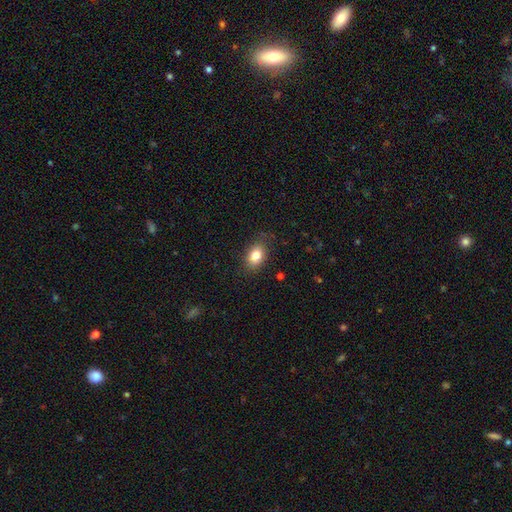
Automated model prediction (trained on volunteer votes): smooth_or_featured: smooth (p=0.82) [alt: star or artifact p=0.09]
how_rounded: in between (p=0.80) [alt: round p=0.19]
merging: none (p=0.81) [alt: minor disturbance p=0.14]